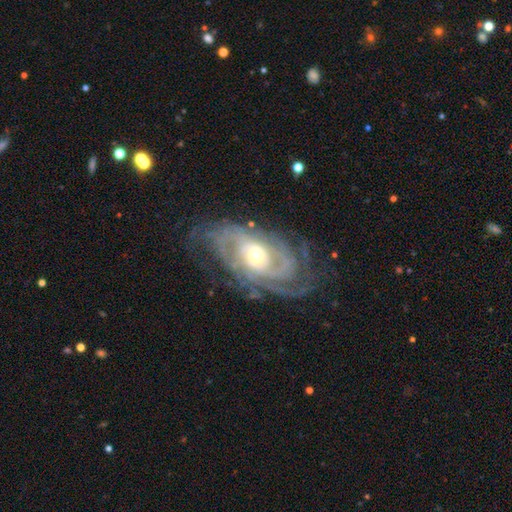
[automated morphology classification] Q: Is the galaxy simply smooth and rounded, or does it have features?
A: featured or disk — 87%.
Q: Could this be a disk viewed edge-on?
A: no — 94%.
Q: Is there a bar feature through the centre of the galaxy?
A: no — 63%.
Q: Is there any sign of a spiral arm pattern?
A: yes — 95%.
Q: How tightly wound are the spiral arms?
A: tight — 64%.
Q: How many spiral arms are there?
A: can't tell — 36%.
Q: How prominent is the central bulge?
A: moderate — 54%.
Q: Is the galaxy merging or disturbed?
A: none — 68%.